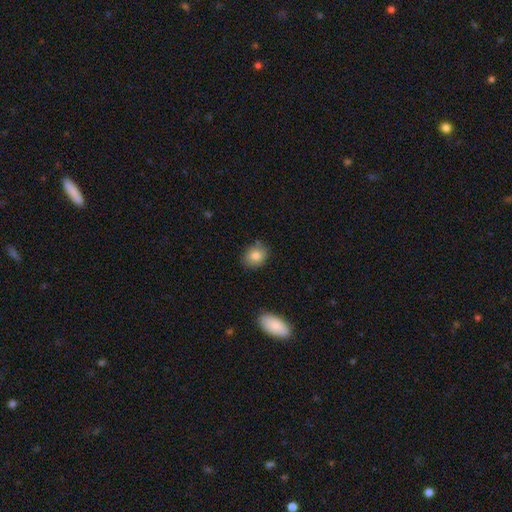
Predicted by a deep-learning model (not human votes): Smooth or featured: smooth — 83% (star or artifact — 9%)
How rounded: round — 60% (in between — 39%)
Merging: none — 81% (minor disturbance — 14%)